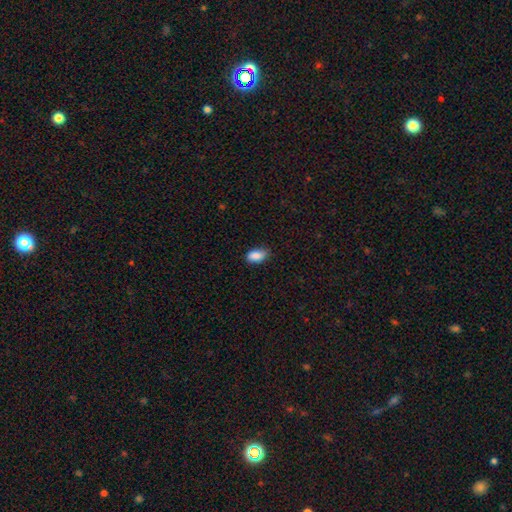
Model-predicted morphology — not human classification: Q: Smooth or featured?
A: smooth (88%); runner-up: star or artifact (7%)
Q: How rounded?
A: in between (91%); runner-up: round (5%)
Q: Merging?
A: none (77%); runner-up: minor disturbance (19%)